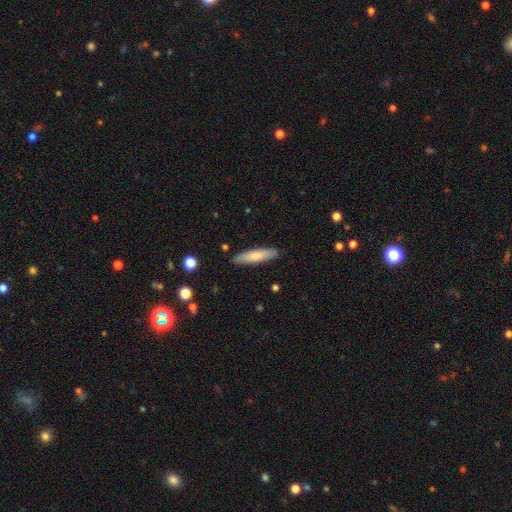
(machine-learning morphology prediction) Smooth or featured? Predicted: smooth (p=0.73). How rounded? Predicted: cigar-shaped (p=0.81). Merging? Predicted: none (p=0.88).